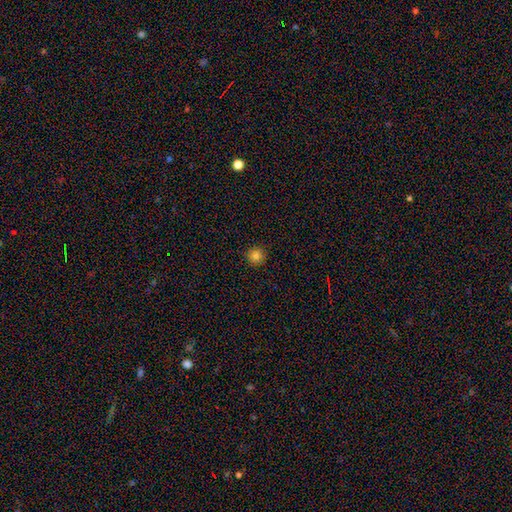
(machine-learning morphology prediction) smooth-or-featured: smooth: 81% | star or artifact: 13% | featured or disk: 6%
  how-rounded: round: 95% | in between: 4% | cigar-shaped: 1%
  merging: none: 92% | minor disturbance: 5% | major disturbance: 2% | merger: 1%